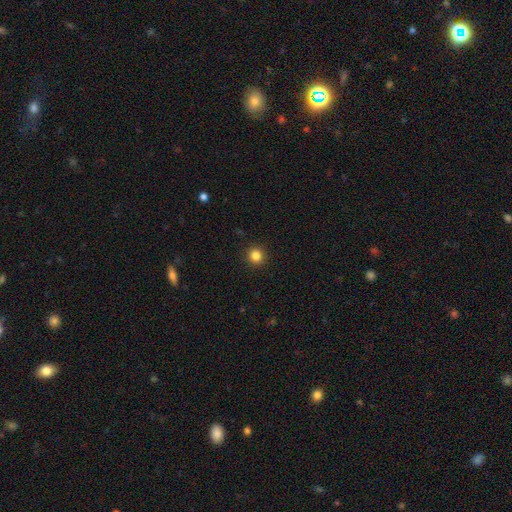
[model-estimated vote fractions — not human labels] Smooth or featured? smooth (84%)
How rounded? round (93%)
Merging? none (93%)